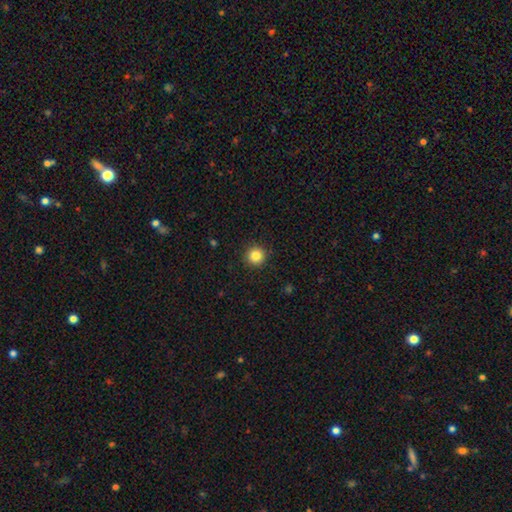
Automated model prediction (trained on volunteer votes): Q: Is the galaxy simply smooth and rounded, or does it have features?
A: smooth — 85%.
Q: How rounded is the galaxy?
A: round — 96%.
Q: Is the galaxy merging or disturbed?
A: none — 92%.